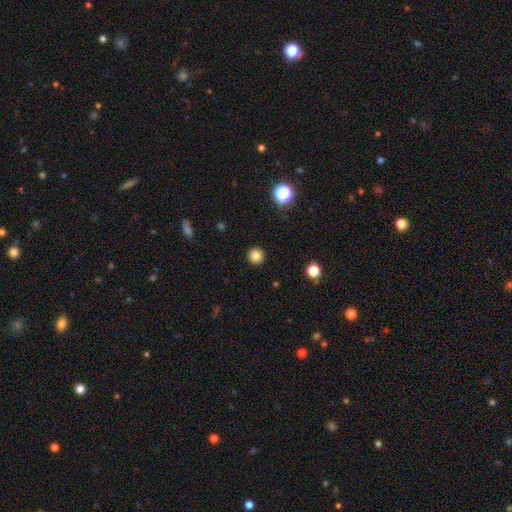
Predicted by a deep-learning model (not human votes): Smooth or featured? smooth (83%)
How rounded? round (96%)
Merging? none (93%)